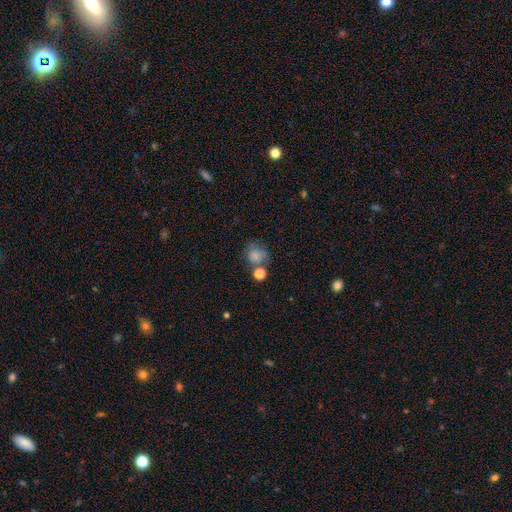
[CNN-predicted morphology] Q: Smooth or featured?
A: smooth (75%); runner-up: star or artifact (12%)
Q: How rounded?
A: round (71%); runner-up: in between (28%)
Q: Merging?
A: none (43%); runner-up: merger (24%)